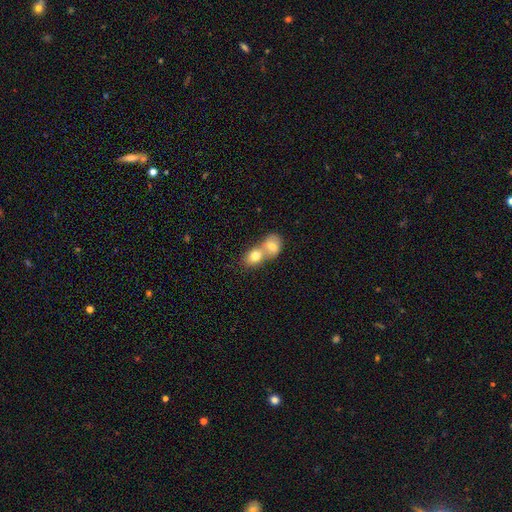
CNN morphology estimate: A smooth galaxy with no disk features (74%) that is in between round and cigar-shaped (50%). Merging: merger (73%).